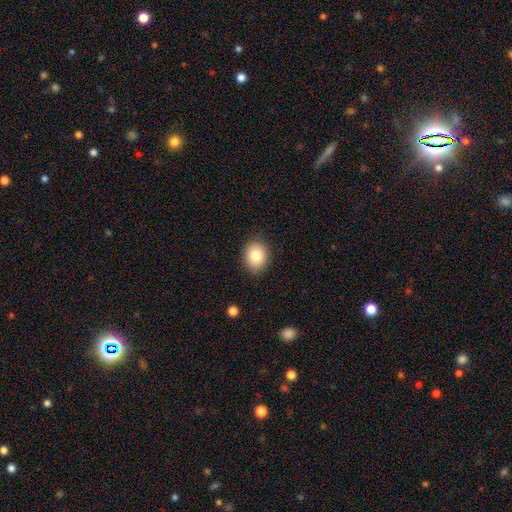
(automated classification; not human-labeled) smooth-or-featured: smooth: 81% | featured or disk: 10% | star or artifact: 9%
  how-rounded: round: 65% | in between: 34% | cigar-shaped: 1%
  merging: none: 85% | minor disturbance: 11% | major disturbance: 2% | merger: 1%